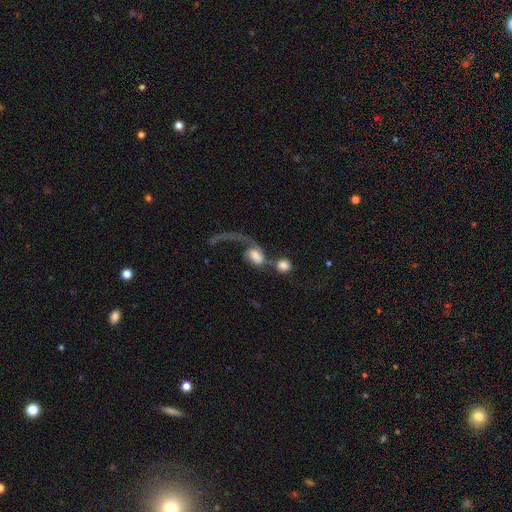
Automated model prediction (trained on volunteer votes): A featured or disk galaxy (46%). Merging: merger (51%).